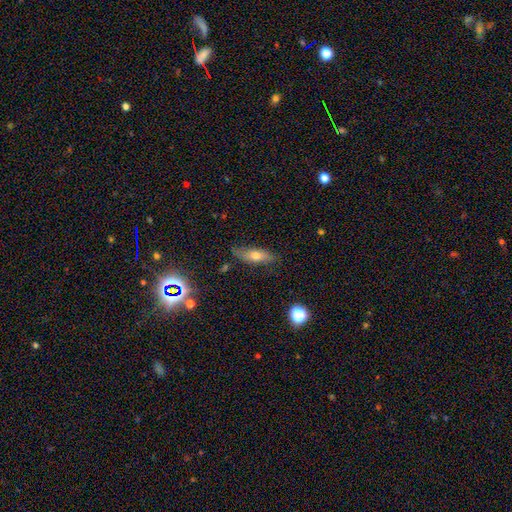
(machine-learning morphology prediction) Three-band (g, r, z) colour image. It shows a smooth galaxy with no disk features (59%) that is in between round and cigar-shaped (51%). Merging: none (75%).